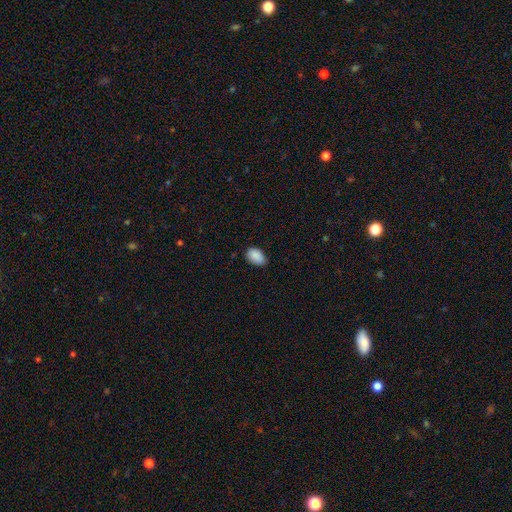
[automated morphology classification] Overall: smooth (89%). How rounded: in between (87%). Merging: none (74%).